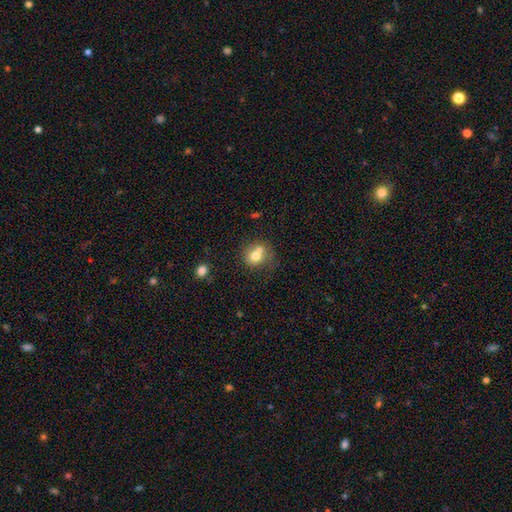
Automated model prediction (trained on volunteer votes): The model was most divided on "merging": none: 44%, merger: 40%, minor disturbance: 11%, major disturbance: 4%. More confident: how rounded — round (78%); smooth or featured — smooth (72%).